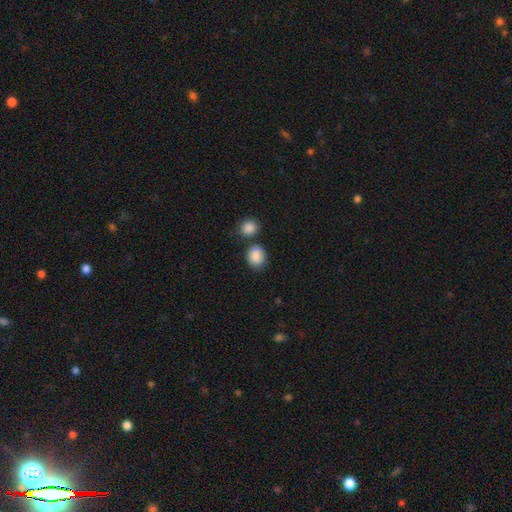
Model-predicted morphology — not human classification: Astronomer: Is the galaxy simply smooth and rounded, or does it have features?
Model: smooth — 87%.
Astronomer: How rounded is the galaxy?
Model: round — 68%.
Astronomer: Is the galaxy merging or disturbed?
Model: none — 67%.